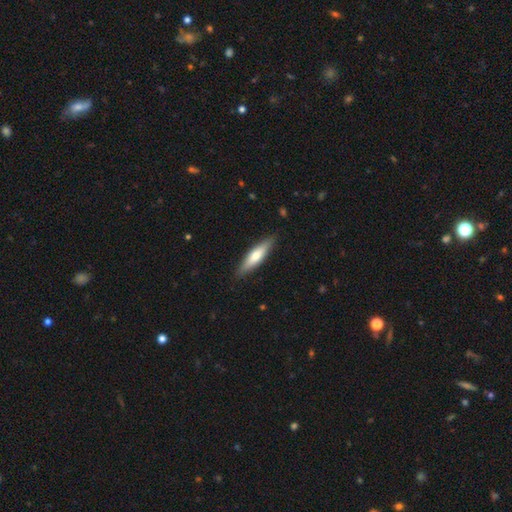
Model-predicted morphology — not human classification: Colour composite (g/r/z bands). It shows a smooth galaxy with no disk features (57%) that is cigar-shaped (73%). Merging: none (88%).